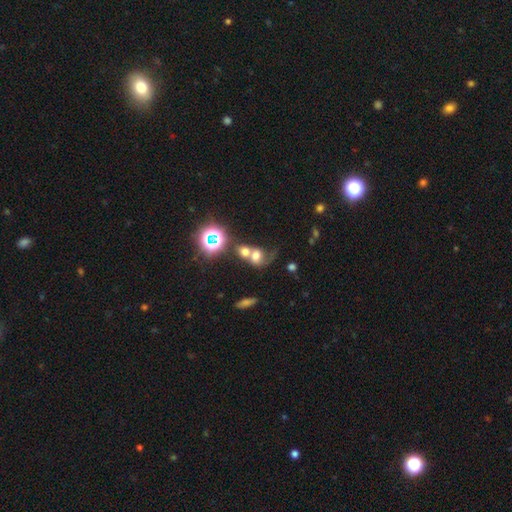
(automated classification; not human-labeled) This is possibly a smooth galaxy (51%). How rounded: possibly round (55%). Merging: likely merger (65%).